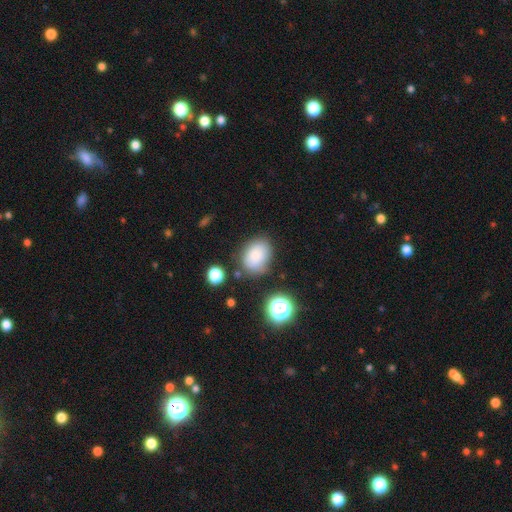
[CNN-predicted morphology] Smooth or featured?
  - smooth: 83% *
  - star or artifact: 10%
  - featured or disk: 7%
How rounded?
  - in between: 66% *
  - round: 33%
  - cigar-shaped: 1%
Merging?
  - none: 72% *
  - minor disturbance: 17%
  - major disturbance: 5%
  - merger: 5%